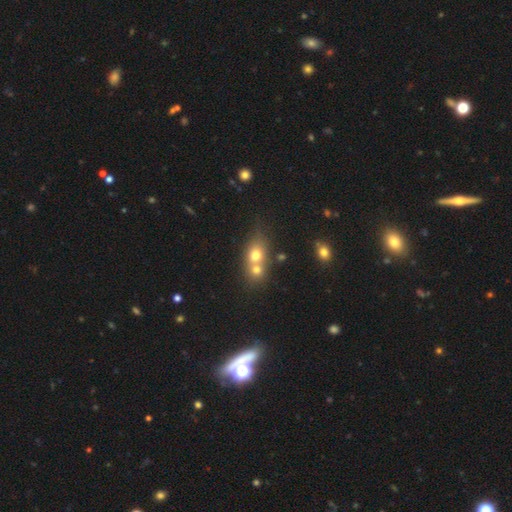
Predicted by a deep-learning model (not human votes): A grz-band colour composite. It shows a smooth galaxy with no disk features (68%) that is round (50%). Merging: merger (66%).